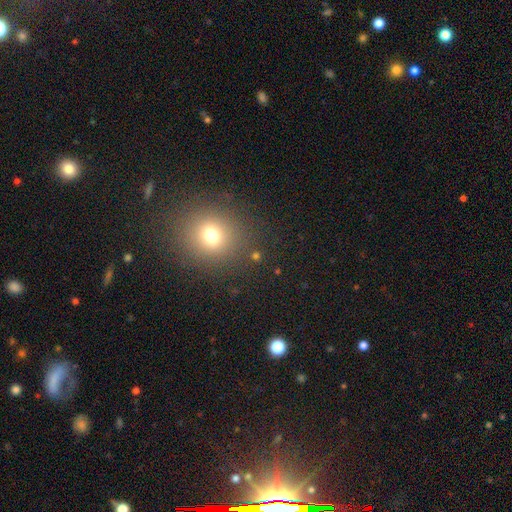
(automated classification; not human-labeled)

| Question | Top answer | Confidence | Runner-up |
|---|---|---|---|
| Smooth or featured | smooth | 65% | star or artifact (27%) |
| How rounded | round | 81% | in between (17%) |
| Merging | none | 86% | minor disturbance (7%) |